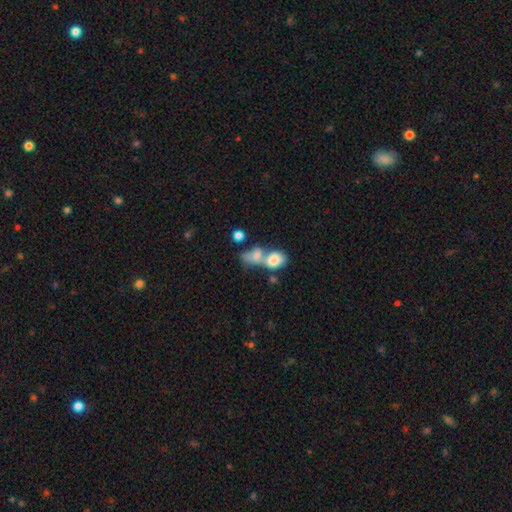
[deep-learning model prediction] This appears to be a smooth galaxy with no disk features (69%) that is in between round and cigar-shaped (69%). Merging: merger (69%).